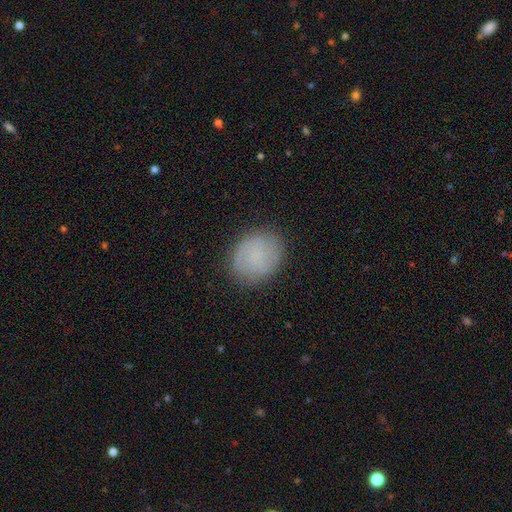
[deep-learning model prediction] The model was most divided on "how rounded": round: 65%, in between: 34%, cigar-shaped: 1%. More confident: merging — none (82%); smooth or featured — smooth (68%).